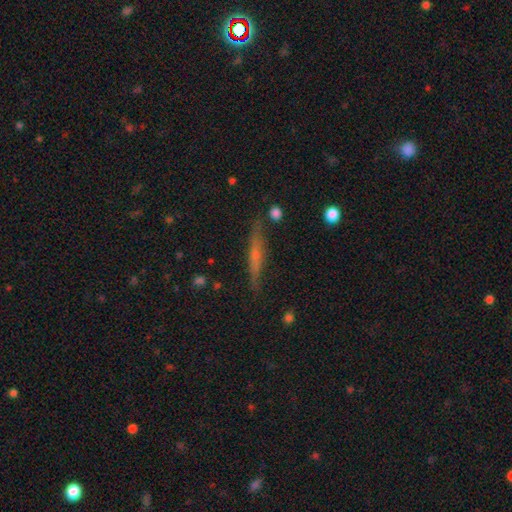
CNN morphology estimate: The model was most divided on "edge-on bulge": rounded: 48%, none: 43%, boxy: 9%. More confident: edge-on disk — yes (95%); merging — none (86%); smooth or featured — featured or disk (55%).